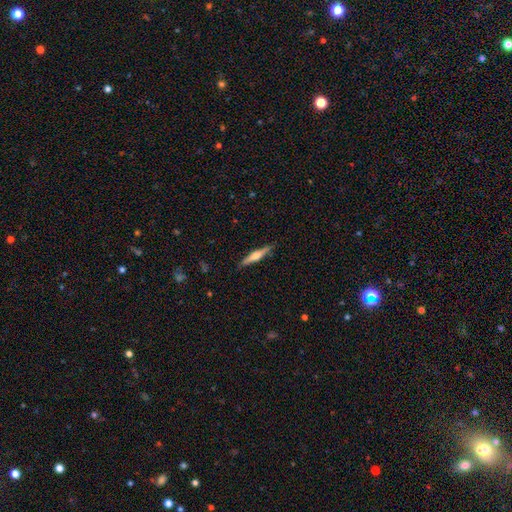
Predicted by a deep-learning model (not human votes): A featured or disk galaxy (58%) viewed edge-on (97%) with a rounded central bulge (82%).

Vote fractions:
- Smooth or featured? featured or disk: 58% / smooth: 36% / star or artifact: 6%
- Edge-on disk? yes: 97% / no: 3%
- Edge-on bulge? rounded: 82% / boxy: 11% / none: 7%
- Merging? none: 88% / minor disturbance: 9% / major disturbance: 2% / merger: 1%